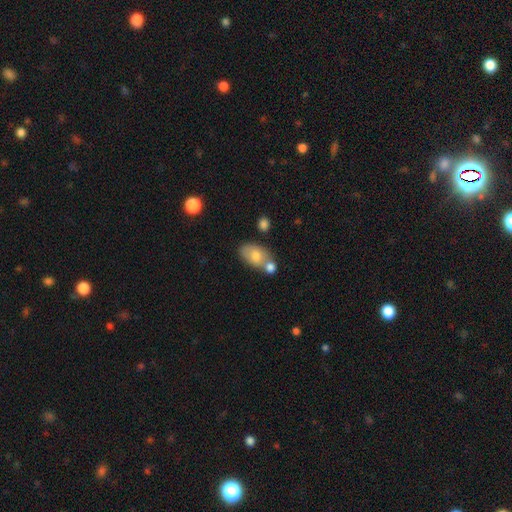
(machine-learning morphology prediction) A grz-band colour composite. It shows a smooth galaxy with no disk features (75%) that is in between round and cigar-shaped (89%). Merging: none (43%).